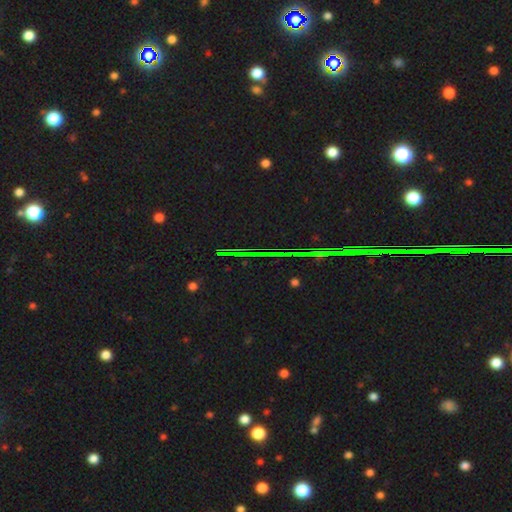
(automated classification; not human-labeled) Smooth or featured: star or artifact — 82% (smooth — 9%)